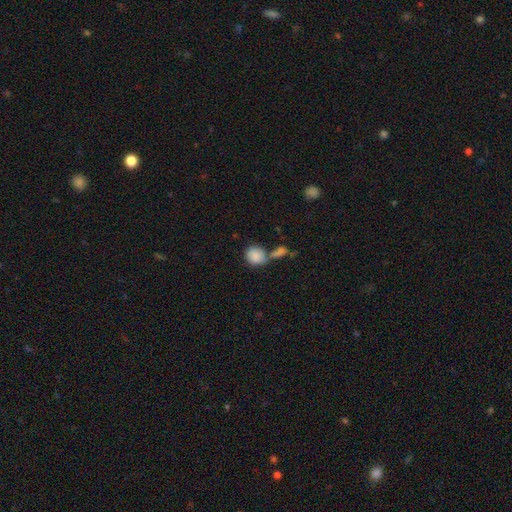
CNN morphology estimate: Smooth or featured? smooth (86%)
How rounded? round (67%)
Merging? none (42%)